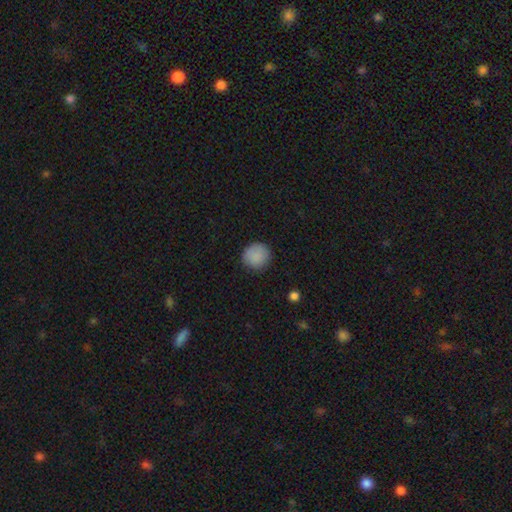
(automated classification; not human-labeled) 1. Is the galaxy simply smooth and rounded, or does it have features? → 88% smooth, 8% star or artifact, 4% featured or disk.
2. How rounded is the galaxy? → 92% round, 7% in between, 1% cigar-shaped.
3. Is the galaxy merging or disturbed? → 86% none, 10% minor disturbance, 3% major disturbance, 1% merger.